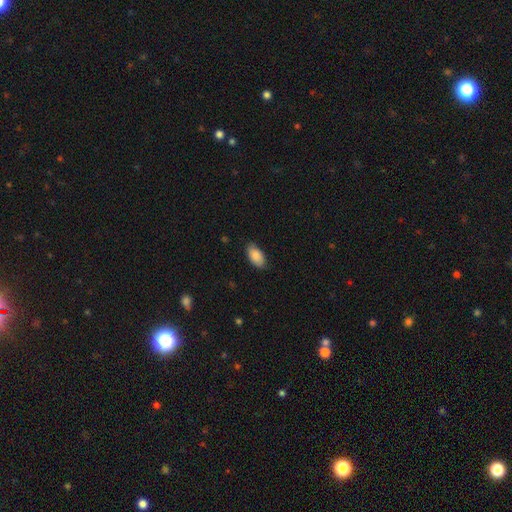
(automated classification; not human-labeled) This is clearly a smooth galaxy (88%). How rounded: clearly in between (95%). Merging: clearly none (83%).